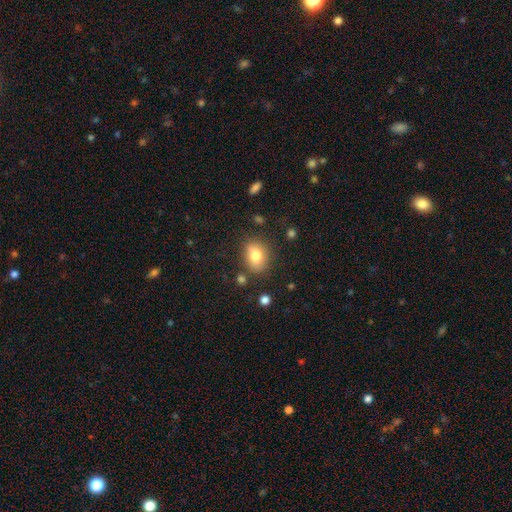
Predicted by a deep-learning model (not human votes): smooth 77%, featured or disk 13%, star or artifact 9%. Down the decision tree: how rounded — in between (66%); merging — none (78%).